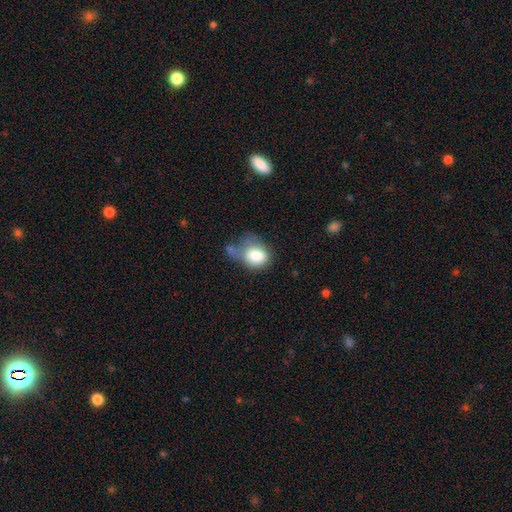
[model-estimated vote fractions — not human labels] smooth_or_featured: smooth (p=0.80) [alt: featured or disk p=0.11]
how_rounded: in between (p=0.54) [alt: round p=0.45]
merging: major disturbance (p=0.29) [alt: minor disturbance p=0.28]